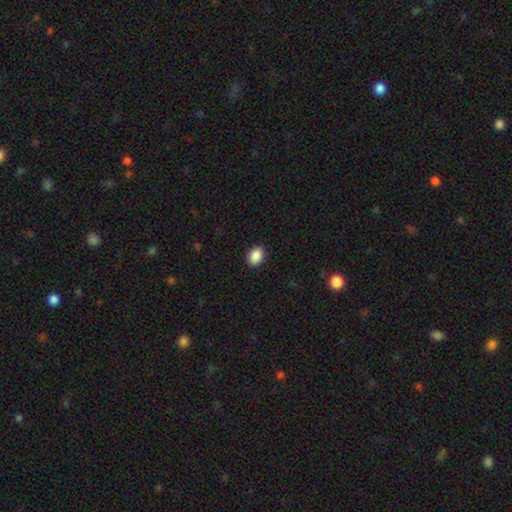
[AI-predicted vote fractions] The model was most divided on "how rounded": in between: 73%, round: 26%, cigar-shaped: 1%. More confident: merging — none (91%); smooth or featured — smooth (89%).